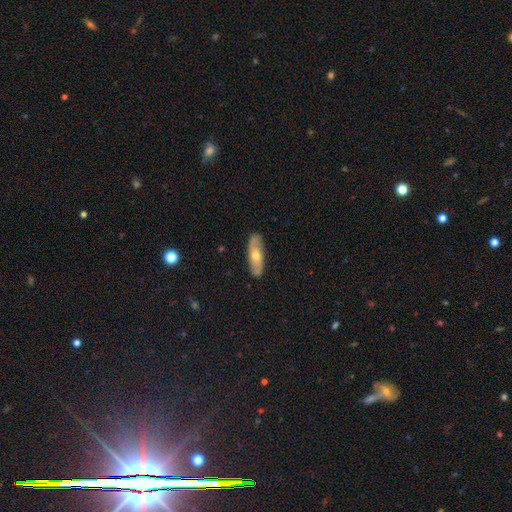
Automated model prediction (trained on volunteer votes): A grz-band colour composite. It shows a featured or disk galaxy (51%). Merging: none (83%).